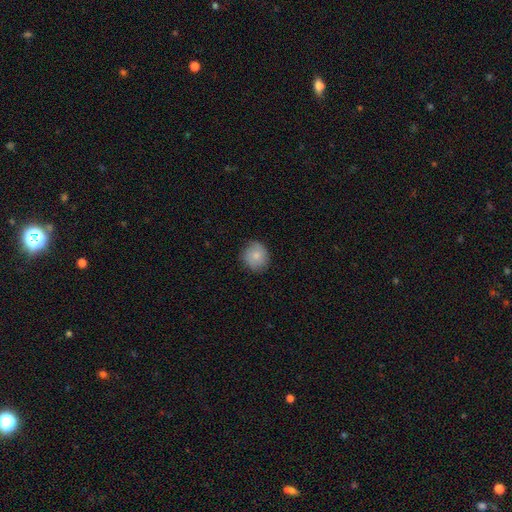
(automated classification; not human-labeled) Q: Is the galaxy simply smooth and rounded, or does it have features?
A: smooth — 81%.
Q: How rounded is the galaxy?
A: round — 85%.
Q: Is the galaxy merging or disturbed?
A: none — 84%.